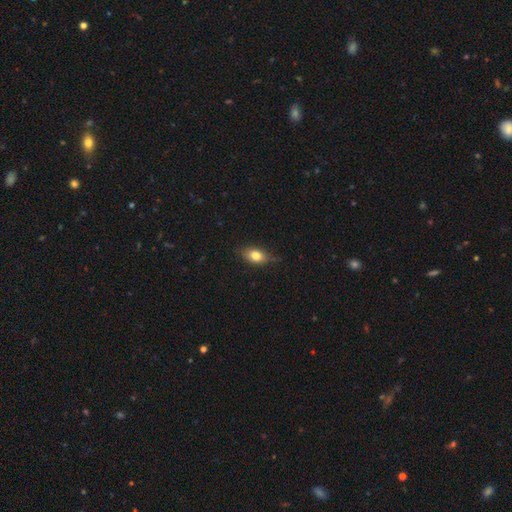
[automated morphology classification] smooth-or-featured: smooth: 79% | featured or disk: 12% | star or artifact: 9%
  how-rounded: in between: 83% | round: 13% | cigar-shaped: 4%
  merging: none: 74% | minor disturbance: 21% | major disturbance: 3% | merger: 1%